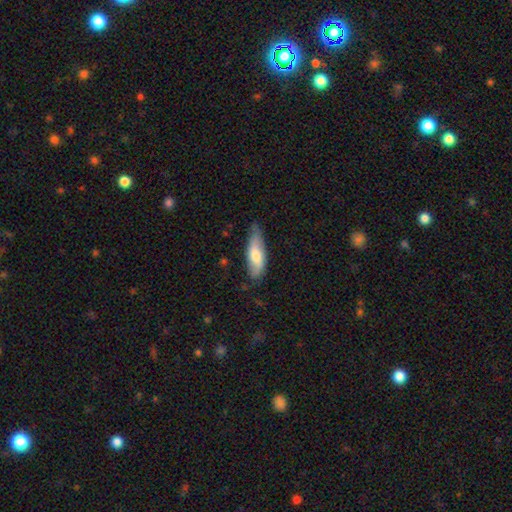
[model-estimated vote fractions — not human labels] This appears to be a smooth galaxy with no disk features (64%) that is in between round and cigar-shaped (61%). Merging: none (60%).